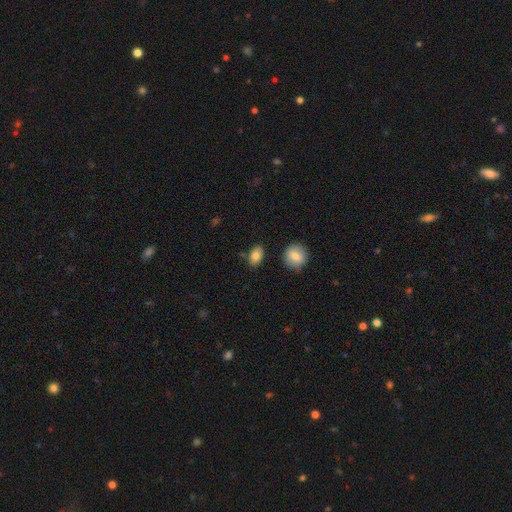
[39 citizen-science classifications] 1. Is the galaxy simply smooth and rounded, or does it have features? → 90% smooth, 10% featured or disk, 0% star or artifact.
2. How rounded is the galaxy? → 83% in between, 17% round, 0% cigar-shaped.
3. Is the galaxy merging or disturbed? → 77% none, 10% minor disturbance, 8% major disturbance, 5% merger.